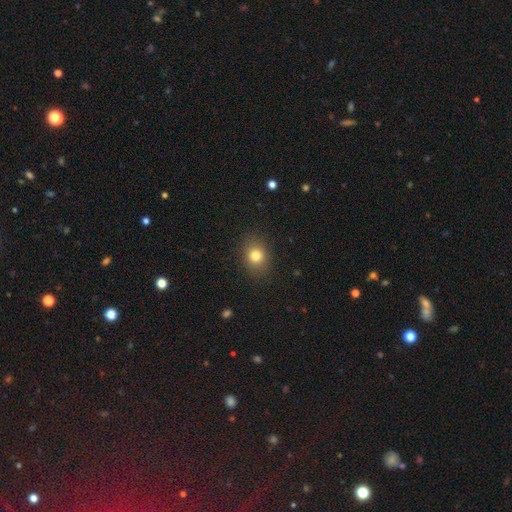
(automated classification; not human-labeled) A smooth galaxy with no disk features (79%) that is round (59%).

Vote fractions:
- Smooth or featured? smooth: 79% / star or artifact: 12% / featured or disk: 9%
- How rounded? round: 59% / in between: 40% / cigar-shaped: 1%
- Merging? none: 87% / minor disturbance: 9% / major disturbance: 3% / merger: 1%